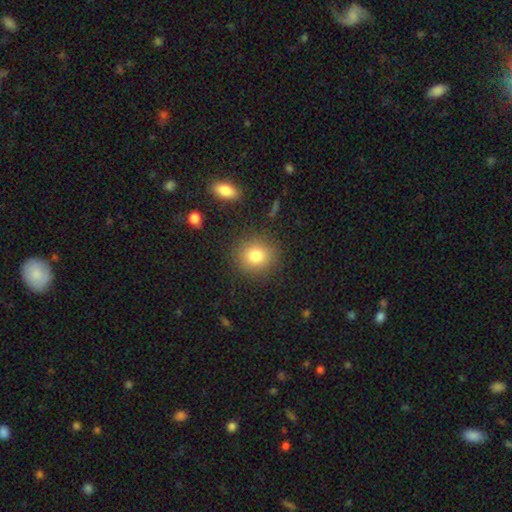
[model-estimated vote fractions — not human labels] Smooth or featured? Predicted: smooth (p=0.80). How rounded? Predicted: round (p=0.82). Merging? Predicted: none (p=0.87).